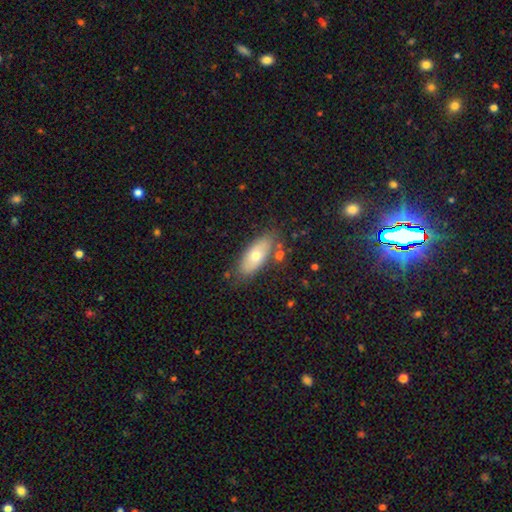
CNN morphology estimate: smooth_or_featured: smooth (p=0.66) [alt: featured or disk p=0.26]
how_rounded: in between (p=0.79) [alt: cigar-shaped p=0.18]
merging: none (p=0.77) [alt: minor disturbance p=0.14]